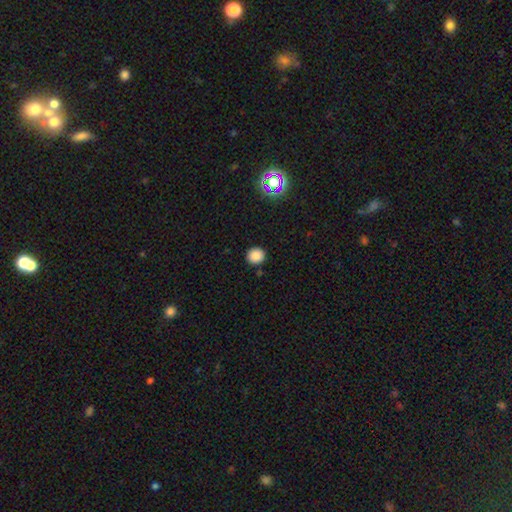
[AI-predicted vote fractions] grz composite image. It shows a smooth galaxy with no disk features (85%) that is round (90%). Merging: none (90%).